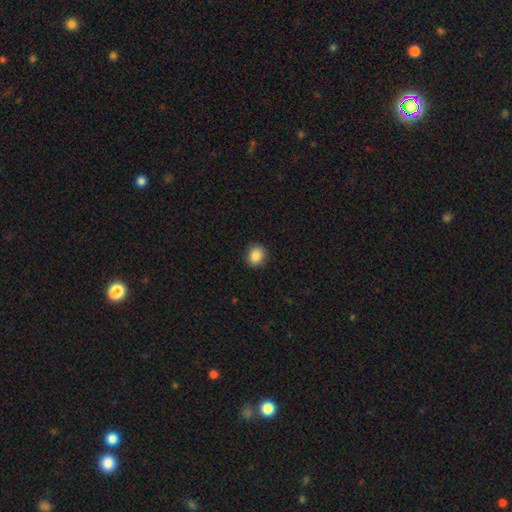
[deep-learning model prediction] A smooth galaxy with no disk features (87%) that is round (75%). Merging: none (90%).